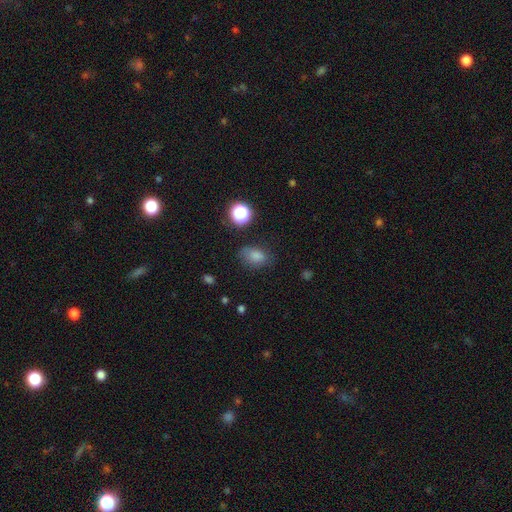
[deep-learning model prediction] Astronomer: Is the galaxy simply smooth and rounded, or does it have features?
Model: smooth — 79%.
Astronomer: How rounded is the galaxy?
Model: in between — 78%.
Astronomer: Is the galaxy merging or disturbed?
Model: none — 65%.